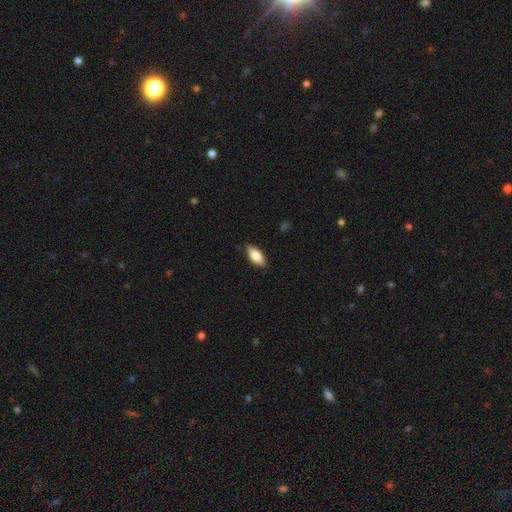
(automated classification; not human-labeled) The model was most divided on "how rounded": in between: 83%, cigar-shaped: 15%, round: 2%. More confident: merging — none (87%); smooth or featured — smooth (83%).